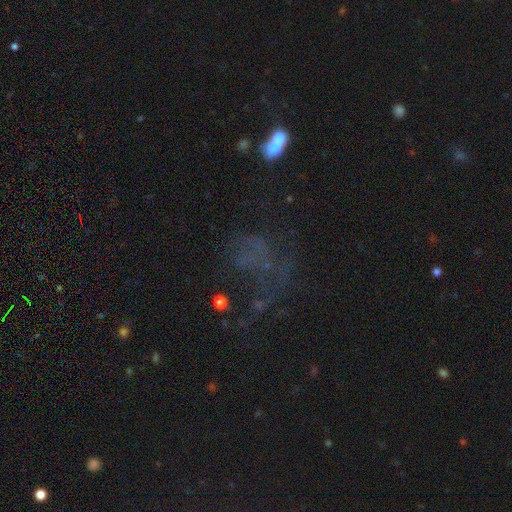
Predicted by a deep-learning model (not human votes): Overall: star or artifact (38%; featured or disk 32%).